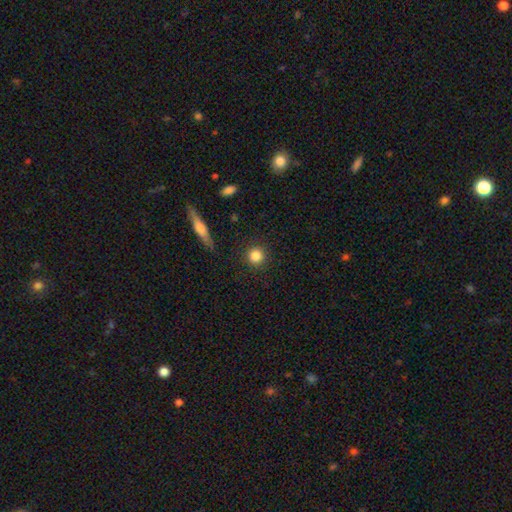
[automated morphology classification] Smooth or featured: smooth — 84% (star or artifact — 10%)
How rounded: round — 93% (in between — 6%)
Merging: none — 90% (minor disturbance — 6%)